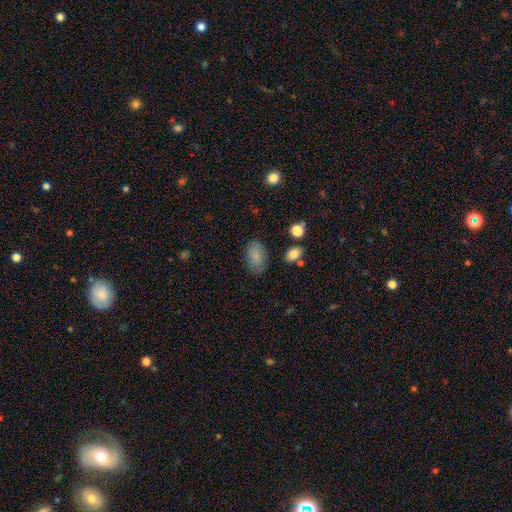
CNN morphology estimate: Q: Smooth or featured?
A: smooth (85%); runner-up: star or artifact (9%)
Q: How rounded?
A: in between (92%); runner-up: round (7%)
Q: Merging?
A: none (81%); runner-up: minor disturbance (13%)